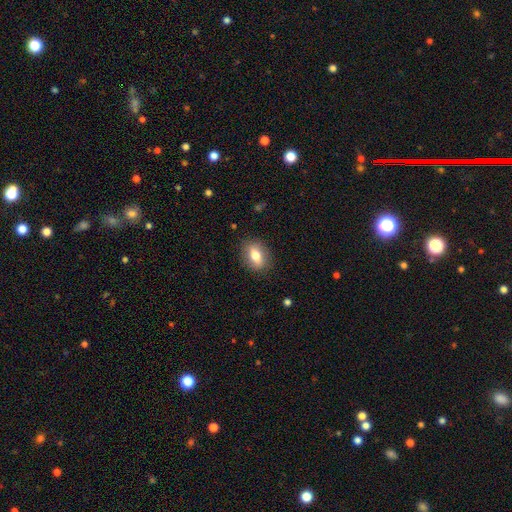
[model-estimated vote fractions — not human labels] This is likely a smooth galaxy (73%). How rounded: likely in between (74%). Merging: clearly none (85%).